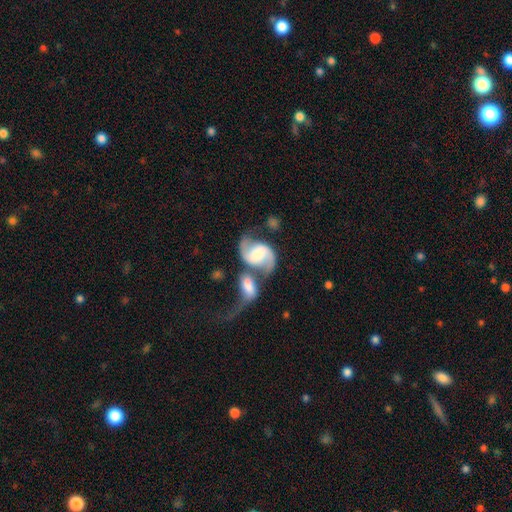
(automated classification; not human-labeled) smooth-or-featured: featured or disk: 84% | smooth: 11% | star or artifact: 5%
  disk-edge-on: no: 97% | yes: 3%
    bar: no: 39% (tied) | weak: 39% (tied) | strong: 23%
    has-spiral-arms: yes: 96% | no: 4%
      spiral-winding: loose: 50% | medium: 40% | tight: 10%
      spiral-arm-count: 2: 92% | can't tell: 3% | 1: 2% | 3: 1% | 4: 1% | more than 4: 1%
    bulge-size: moderate: 30% | large: 27% | small: 20% | none: 17% | dominant: 6%
  merging: merger: 51% | none: 28% | minor disturbance: 11% | major disturbance: 10%